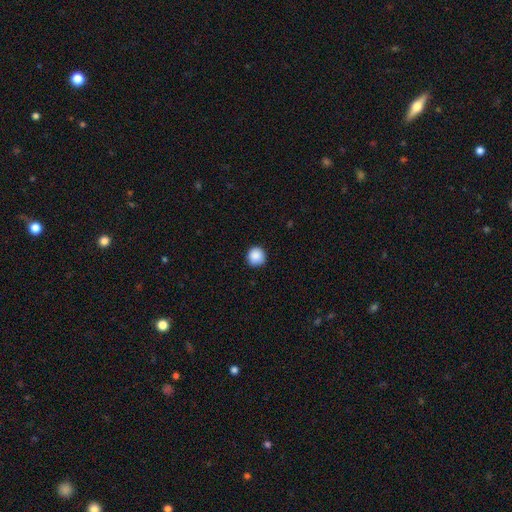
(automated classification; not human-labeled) Q: Smooth or featured?
A: smooth (89%); runner-up: star or artifact (9%)
Q: How rounded?
A: round (95%); runner-up: in between (4%)
Q: Merging?
A: none (90%); runner-up: minor disturbance (8%)